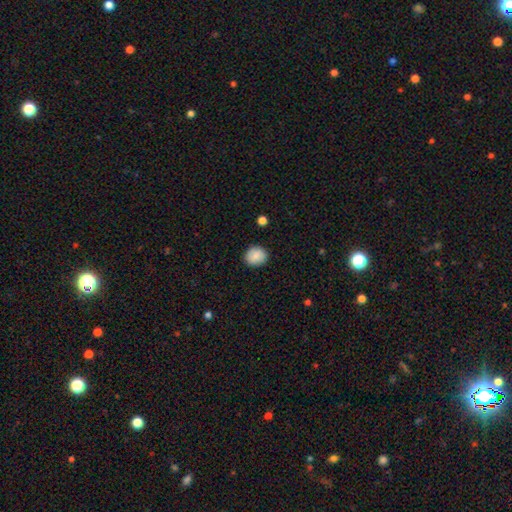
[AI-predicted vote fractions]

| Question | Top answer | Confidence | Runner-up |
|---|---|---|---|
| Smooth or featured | smooth | 87% | star or artifact (7%) |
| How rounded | round | 72% | in between (27%) |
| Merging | none | 88% | minor disturbance (9%) |